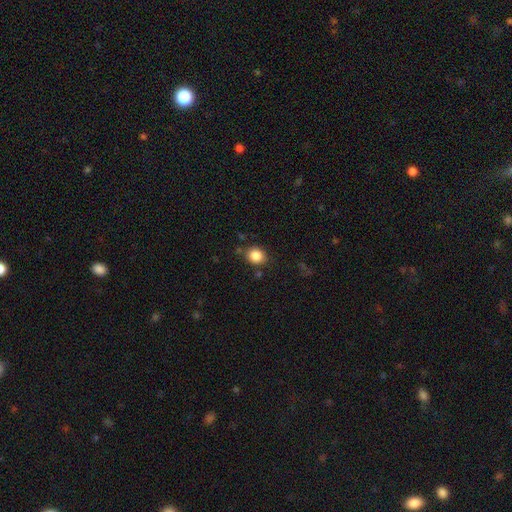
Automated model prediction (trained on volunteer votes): Overall: smooth (86%). How rounded: round (68%; in between 31%). Merging: none (82%).